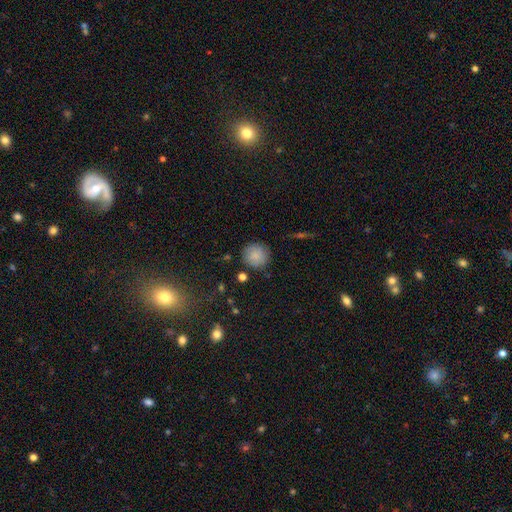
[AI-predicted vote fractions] Smooth or featured: smooth — 82% (featured or disk — 10%)
How rounded: round — 92% (in between — 7%)
Merging: none — 82% (minor disturbance — 12%)